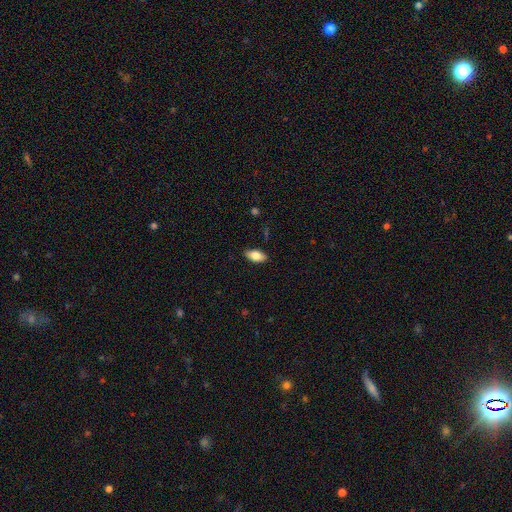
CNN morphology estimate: Smooth or featured?
  - smooth: 81% *
  - featured or disk: 13%
  - star or artifact: 7%
How rounded?
  - in between: 91% *
  - cigar-shaped: 5%
  - round: 3%
Merging?
  - none: 87% *
  - minor disturbance: 10%
  - major disturbance: 2%
  - merger: 1%